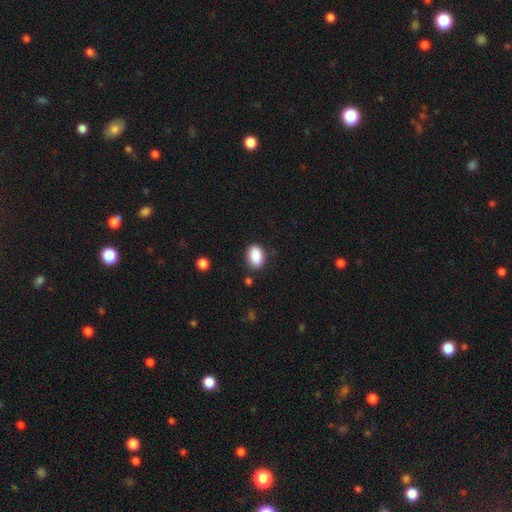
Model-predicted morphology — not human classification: Smooth or featured? smooth (89%)
How rounded? in between (85%)
Merging? none (84%)